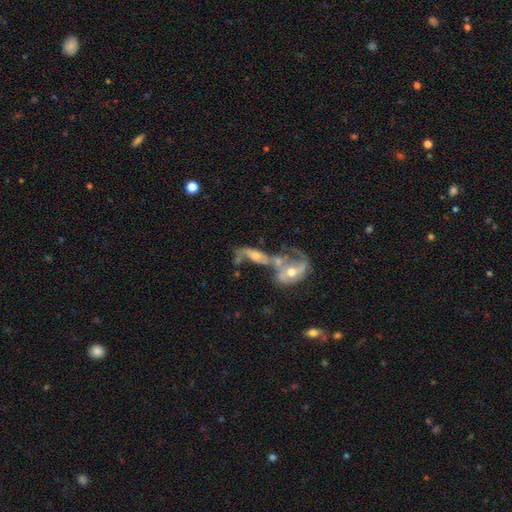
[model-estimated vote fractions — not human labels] The model was most divided on "bulge size": moderate: 60%, small: 25%, large: 8%, none: 6%, dominant: 2%. More confident: edge-on disk — no (89%); spiral arms — yes (71%); merging — merger (68%); smooth or featured — featured or disk (66%); bar — no (64%).